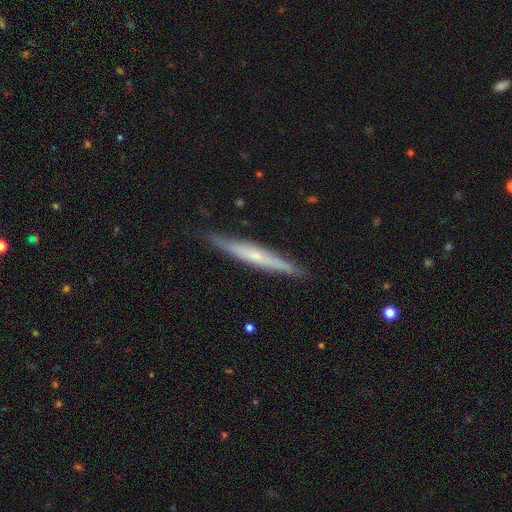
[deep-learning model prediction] This appears to be a featured or disk galaxy (56%) viewed edge-on (95%) with no central bulge (50%). Merging: none (87%).